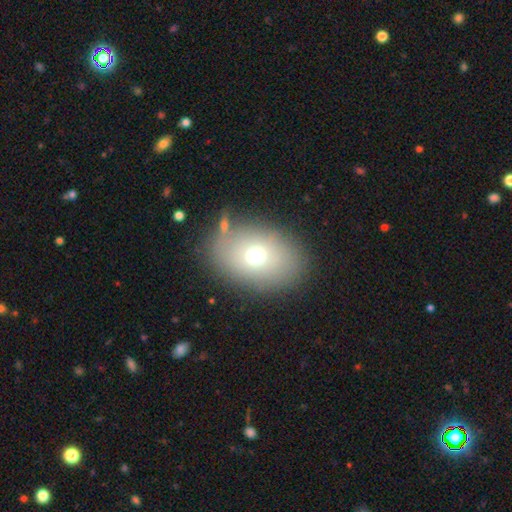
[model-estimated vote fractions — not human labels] The model was most divided on "smooth or featured": smooth: 69%, featured or disk: 19%, star or artifact: 12%. More confident: merging — none (79%); how rounded — in between (77%).